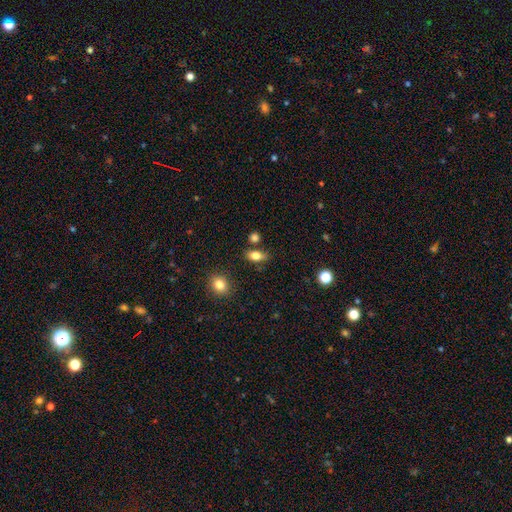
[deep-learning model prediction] Morphology: type=smooth (80%); roundness=in between (83%); merging=none (77%).